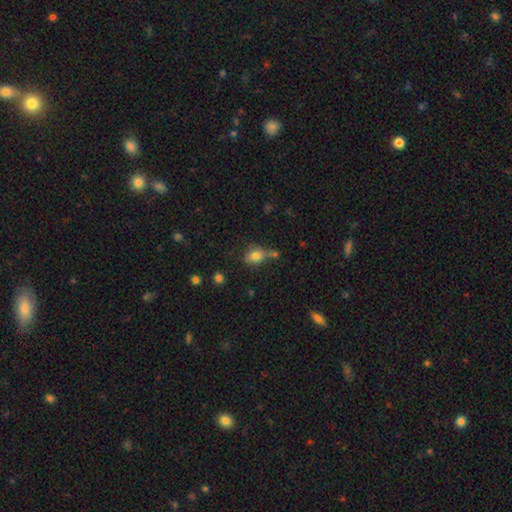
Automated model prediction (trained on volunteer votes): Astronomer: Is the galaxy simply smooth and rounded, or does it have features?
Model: smooth — 76%.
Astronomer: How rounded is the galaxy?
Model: in between — 65%.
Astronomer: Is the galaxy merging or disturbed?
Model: none — 48%.